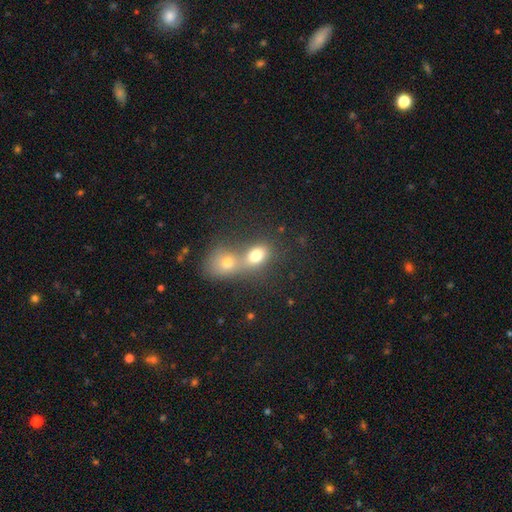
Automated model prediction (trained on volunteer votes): smooth-or-featured: smooth: 75% | featured or disk: 13% | star or artifact: 13%
  how-rounded: in between: 62% | round: 36% | cigar-shaped: 2%
  merging: merger: 65% | none: 25% | minor disturbance: 6% | major disturbance: 4%